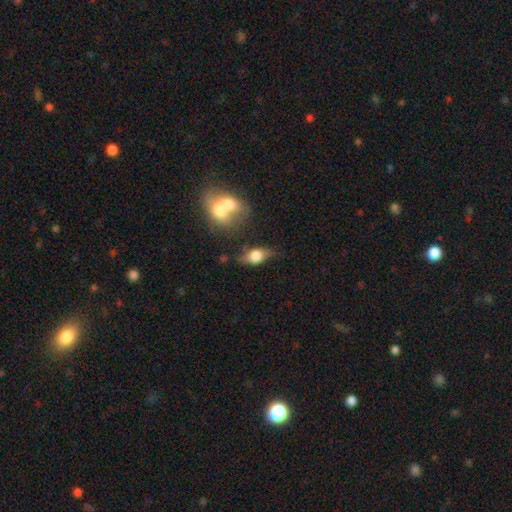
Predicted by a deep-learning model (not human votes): Smooth or featured?
  - smooth: 57% *
  - featured or disk: 35%
  - star or artifact: 8%
How rounded?
  - in between: 76% *
  - round: 15%
  - cigar-shaped: 10%
Merging?
  - none: 59% *
  - minor disturbance: 23%
  - major disturbance: 9%
  - merger: 9%